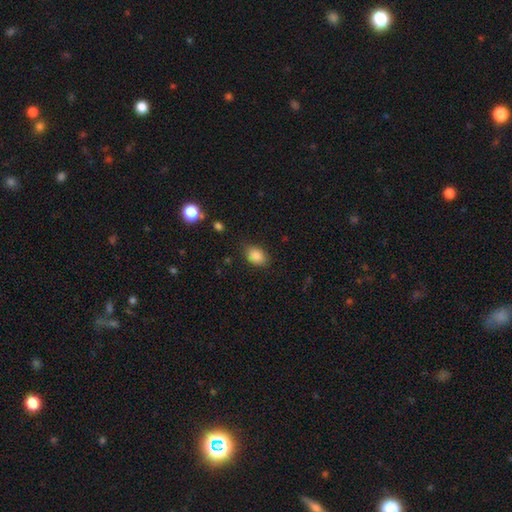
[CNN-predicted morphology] This is clearly a smooth galaxy (86%). How rounded: likely in between (75%). Merging: clearly none (83%).